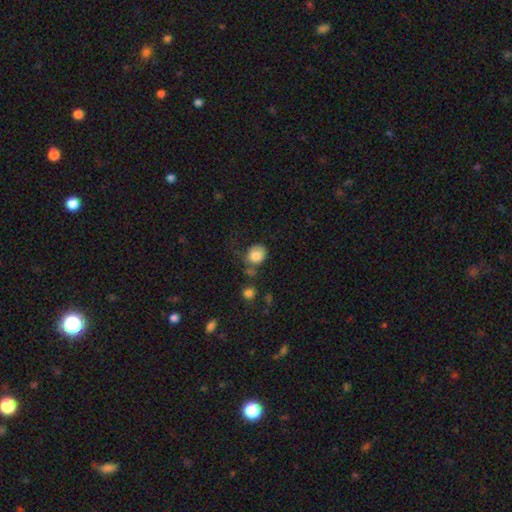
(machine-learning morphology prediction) Smooth or featured? Predicted: smooth (p=0.81). How rounded? Predicted: round (p=0.66). Merging? Predicted: none (p=0.41).